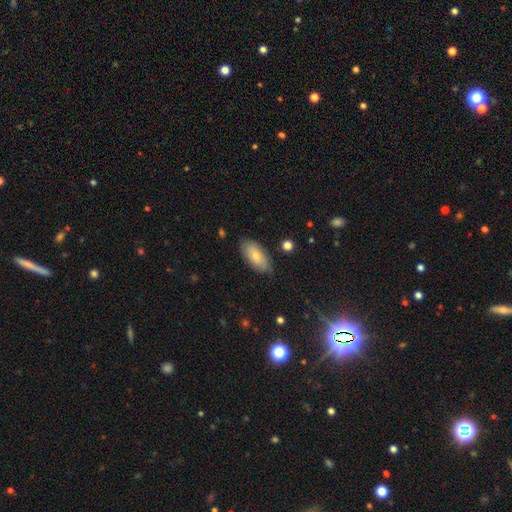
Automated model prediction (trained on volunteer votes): This is likely a smooth galaxy (71%). How rounded: clearly in between (91%). Merging: likely none (79%).